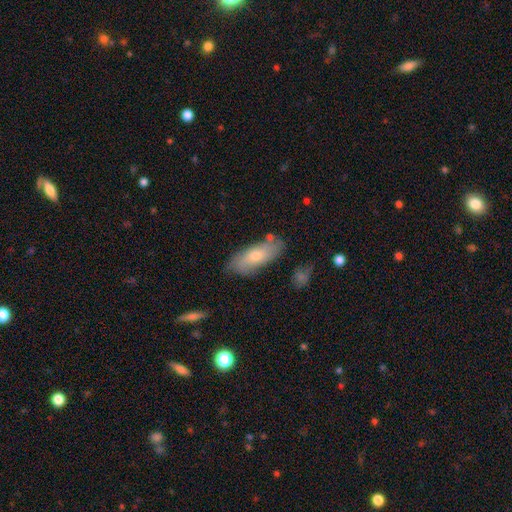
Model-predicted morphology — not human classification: The model was most divided on "smooth or featured": smooth: 67%, featured or disk: 27%, star or artifact: 7%. More confident: merging — none (77%); how rounded — in between (73%).